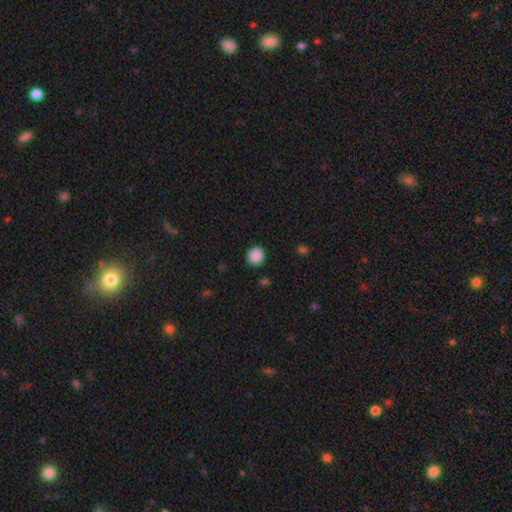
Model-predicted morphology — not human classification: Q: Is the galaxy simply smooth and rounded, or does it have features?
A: smooth — 89%.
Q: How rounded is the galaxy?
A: round — 88%.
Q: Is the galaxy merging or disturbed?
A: none — 89%.